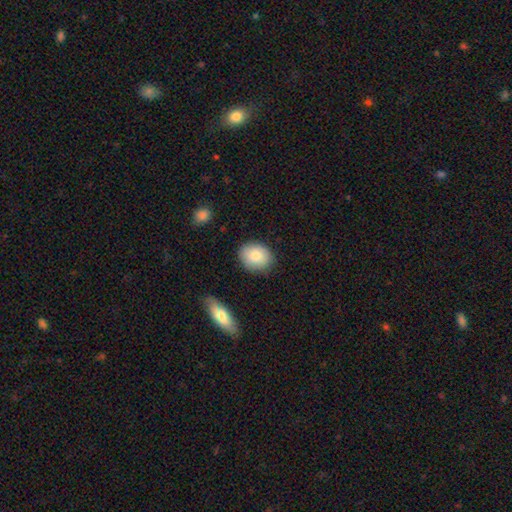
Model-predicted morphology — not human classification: Smooth or featured?
  - smooth: 84% *
  - featured or disk: 9%
  - star or artifact: 7%
How rounded?
  - round: 52% *
  - in between: 47%
  - cigar-shaped: 1%
Merging?
  - none: 84% *
  - minor disturbance: 12%
  - major disturbance: 2%
  - merger: 2%